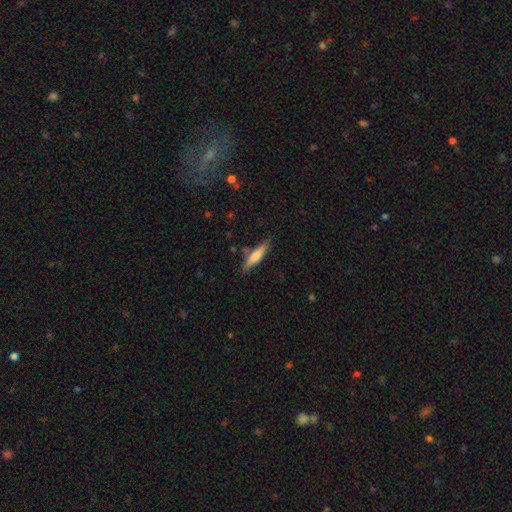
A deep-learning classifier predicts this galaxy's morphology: The model was most divided on "smooth or featured": smooth: 50%, featured or disk: 44%, star or artifact: 6%. More confident: how rounded — cigar-shaped (84%); merging — none (81%).